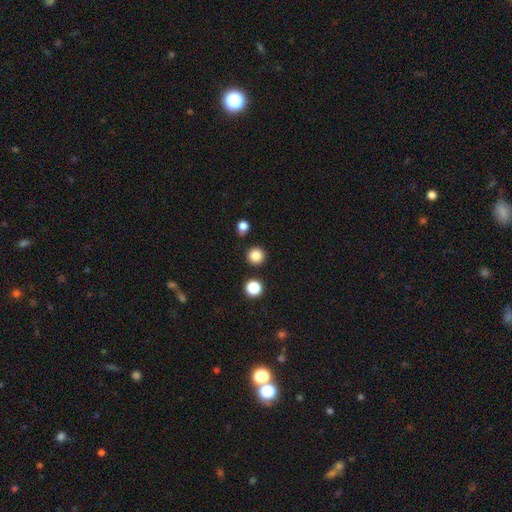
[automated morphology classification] Smooth or featured?
  - smooth: 85% *
  - star or artifact: 12%
  - featured or disk: 4%
How rounded?
  - round: 95% *
  - in between: 4%
  - cigar-shaped: 1%
Merging?
  - none: 90% *
  - minor disturbance: 6%
  - merger: 3%
  - major disturbance: 2%